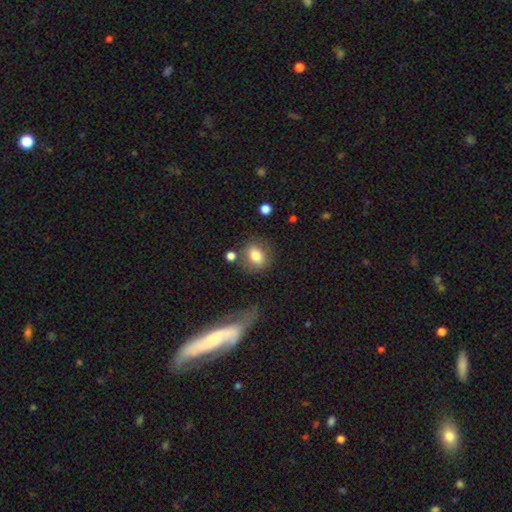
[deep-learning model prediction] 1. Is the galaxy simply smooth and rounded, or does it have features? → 79% smooth, 12% featured or disk, 9% star or artifact.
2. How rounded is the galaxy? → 51% round, 48% in between, 1% cigar-shaped.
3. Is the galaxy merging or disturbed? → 69% none, 16% minor disturbance, 9% merger, 7% major disturbance.